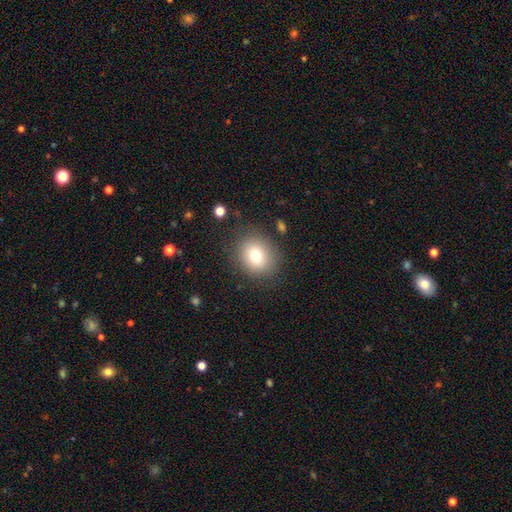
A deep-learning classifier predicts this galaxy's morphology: Smooth or featured? smooth (76%)
How rounded? round (72%)
Merging? none (83%)